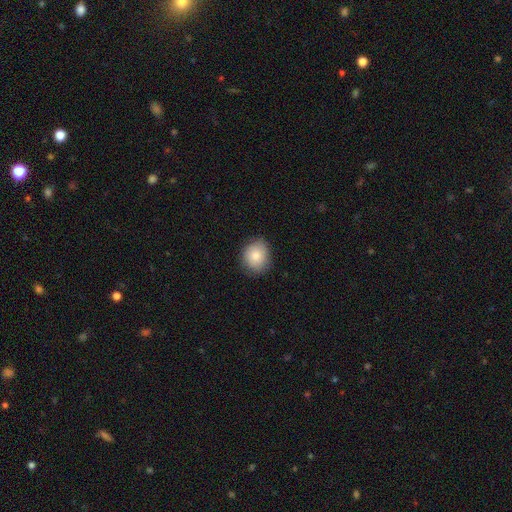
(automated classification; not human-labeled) Smooth or featured: smooth — 82% (featured or disk — 10%)
How rounded: round — 72% (in between — 27%)
Merging: none — 81% (minor disturbance — 15%)